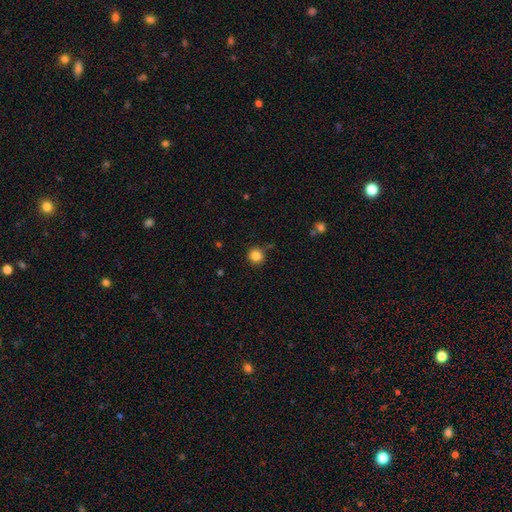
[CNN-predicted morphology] This appears to be a smooth galaxy with no disk features (84%) that is round (92%). Merging: none (85%).